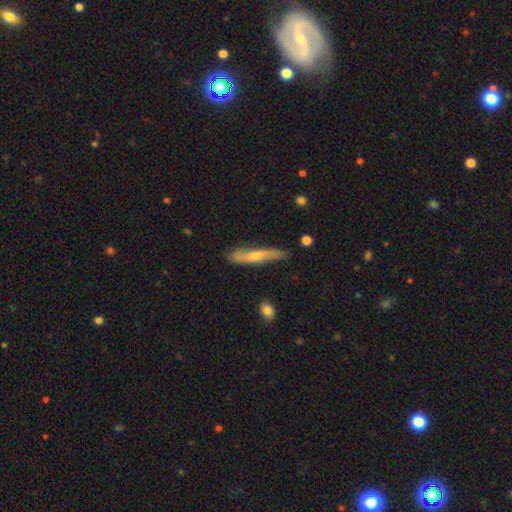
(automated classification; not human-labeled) Smooth or featured? smooth (48%)
Merging? none (75%)